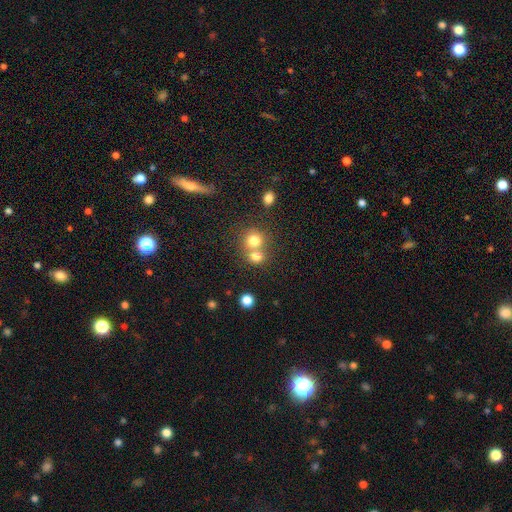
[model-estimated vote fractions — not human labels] A smooth galaxy with no disk features (62%) that is round (84%). Merging: none (46%).